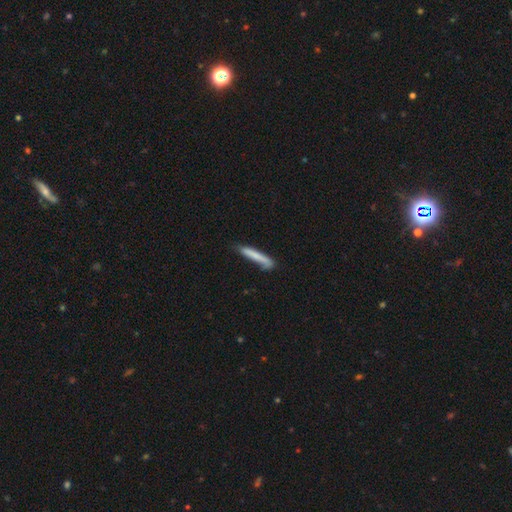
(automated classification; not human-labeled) smooth-or-featured: smooth: 74% | featured or disk: 20% | star or artifact: 6%
  how-rounded: cigar-shaped: 93% | in between: 6% | round: 1%
  merging: none: 66% | minor disturbance: 24% | major disturbance: 6% | merger: 4%